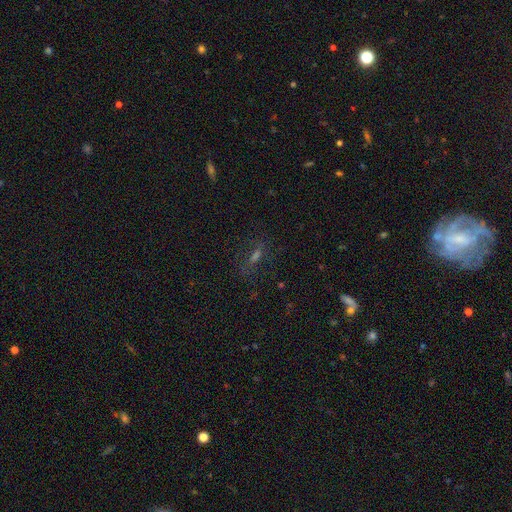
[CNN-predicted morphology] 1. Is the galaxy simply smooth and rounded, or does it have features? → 38% star or artifact, 34% smooth, 27% featured or disk.